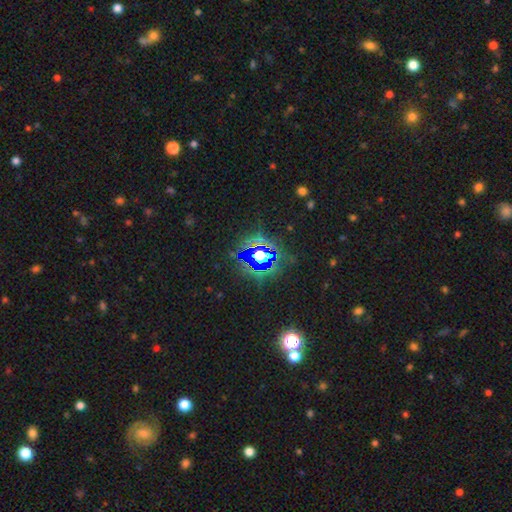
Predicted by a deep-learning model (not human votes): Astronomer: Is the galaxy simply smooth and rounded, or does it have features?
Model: star or artifact — 80%.